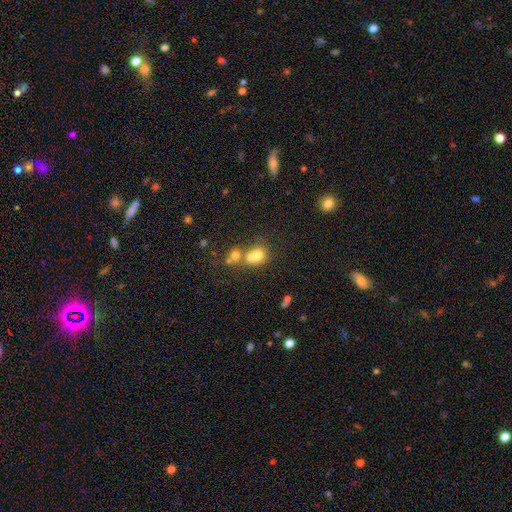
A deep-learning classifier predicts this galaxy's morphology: Smooth or featured: smooth — 66% (featured or disk — 20%)
How rounded: round — 67% (in between — 31%)
Merging: merger — 63% (none — 26%)